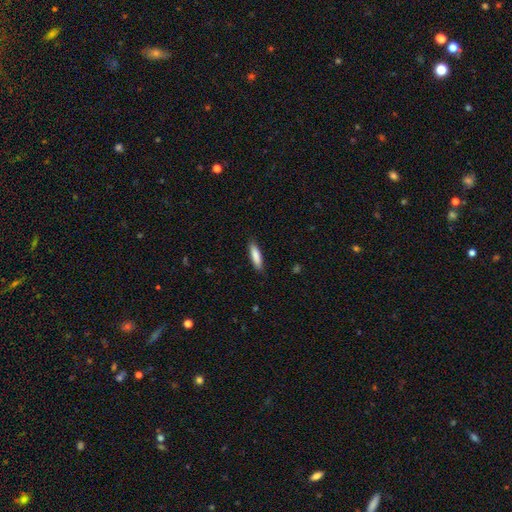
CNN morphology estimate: smooth_or_featured: smooth (p=0.85) [alt: featured or disk p=0.09]
how_rounded: cigar-shaped (p=0.70) [alt: in between p=0.29]
merging: none (p=0.87) [alt: minor disturbance p=0.10]